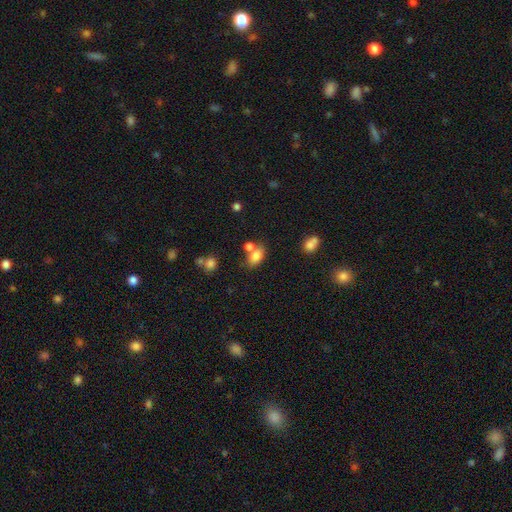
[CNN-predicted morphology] Smooth or featured? smooth (79%)
How rounded? in between (84%)
Merging? none (54%)